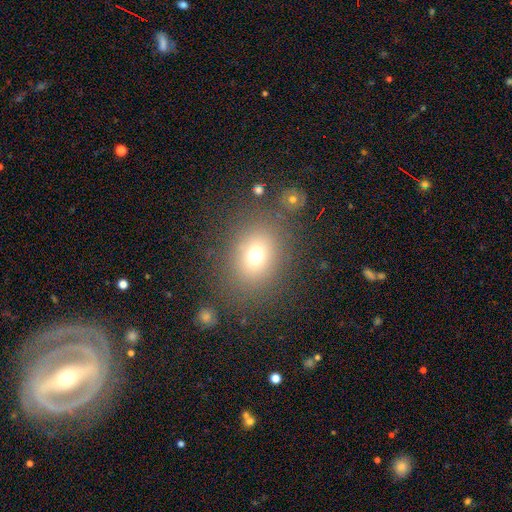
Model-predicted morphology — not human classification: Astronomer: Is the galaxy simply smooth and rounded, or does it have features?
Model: smooth — 71%.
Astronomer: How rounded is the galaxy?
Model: round — 55% (runner-up: in between, 44%).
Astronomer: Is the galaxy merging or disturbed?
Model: none — 78%.